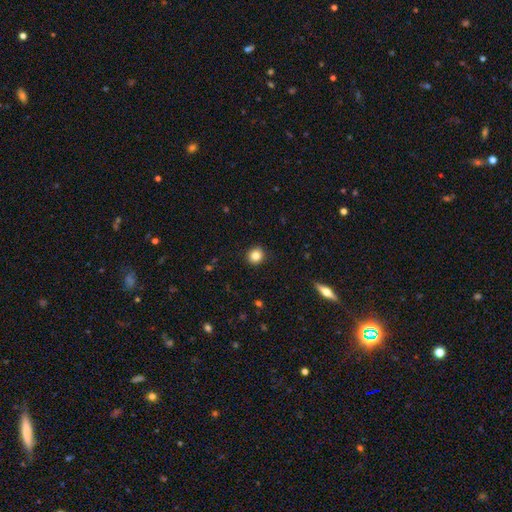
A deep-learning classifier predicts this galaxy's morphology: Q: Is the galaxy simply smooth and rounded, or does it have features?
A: smooth — 84%.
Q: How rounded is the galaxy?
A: round — 87%.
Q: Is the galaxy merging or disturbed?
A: none — 91%.